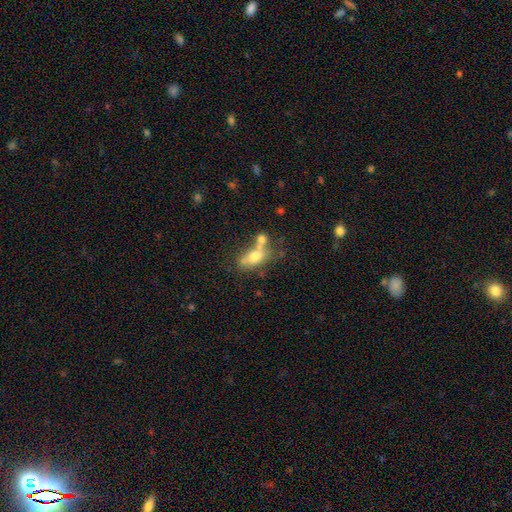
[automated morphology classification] smooth_or_featured: smooth (p=0.64) [alt: featured or disk p=0.25]
how_rounded: in between (p=0.74) [alt: round p=0.16]
merging: merger (p=0.43) [alt: none p=0.33]